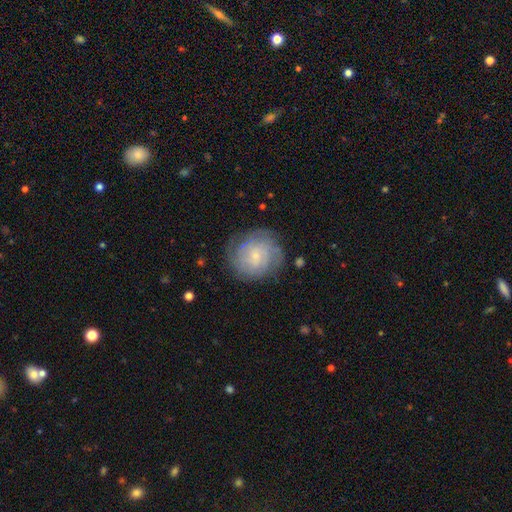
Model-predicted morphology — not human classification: A featured or disk galaxy (52%) with no bar (72%), spiral arms (81%) and a small central bulge (74%). Merging: none (73%).